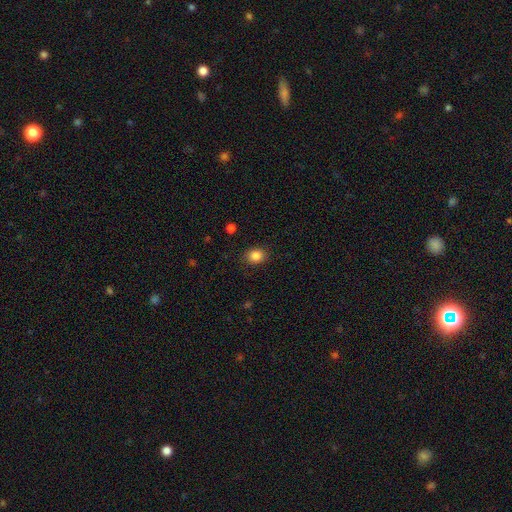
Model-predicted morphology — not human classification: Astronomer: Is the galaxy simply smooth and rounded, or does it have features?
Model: smooth — 86%.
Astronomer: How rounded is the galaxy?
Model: round — 57% (runner-up: in between, 43%).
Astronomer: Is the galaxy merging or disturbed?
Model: none — 87%.